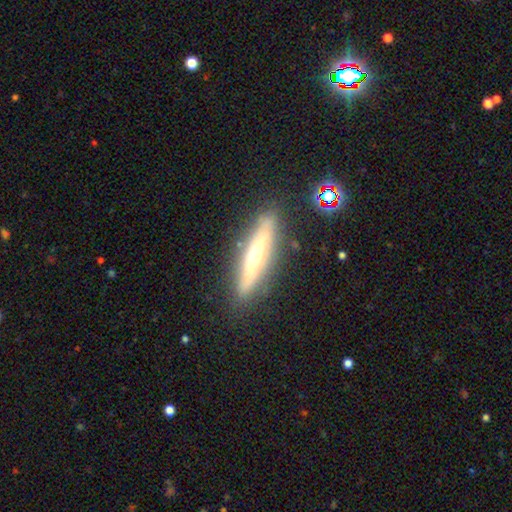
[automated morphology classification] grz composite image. It shows a featured or disk galaxy (60%) viewed edge-on (87%) with a rounded central bulge (81%). Merging: none (85%).